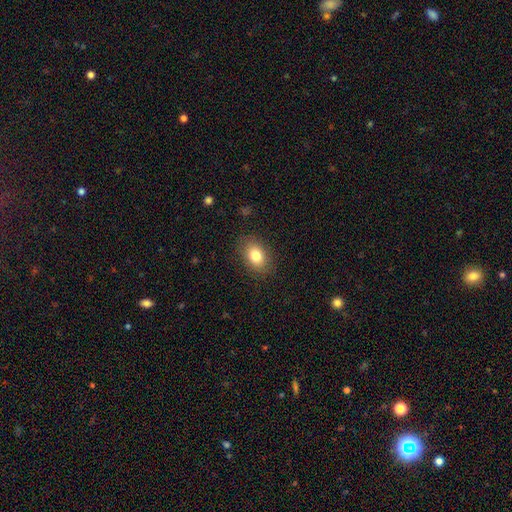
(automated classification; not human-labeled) This is clearly a smooth galaxy (81%). How rounded: likely in between (77%). Merging: clearly none (86%).